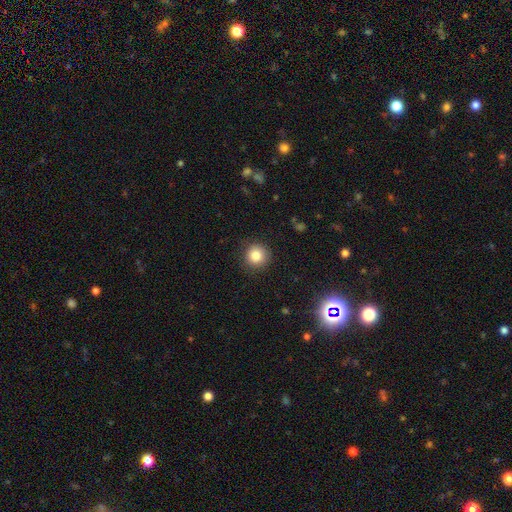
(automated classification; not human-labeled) smooth_or_featured: smooth (p=0.84) [alt: star or artifact p=0.11]
how_rounded: round (p=0.94) [alt: in between p=0.05]
merging: none (p=0.89) [alt: minor disturbance p=0.07]